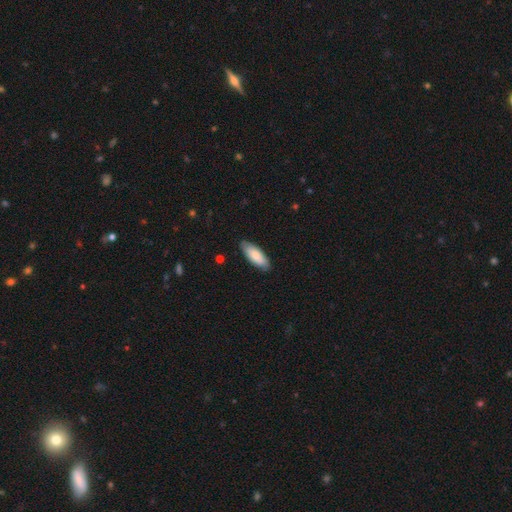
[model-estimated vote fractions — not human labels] A smooth galaxy with no disk features (80%) that is in between round and cigar-shaped (76%). Merging: none (84%).